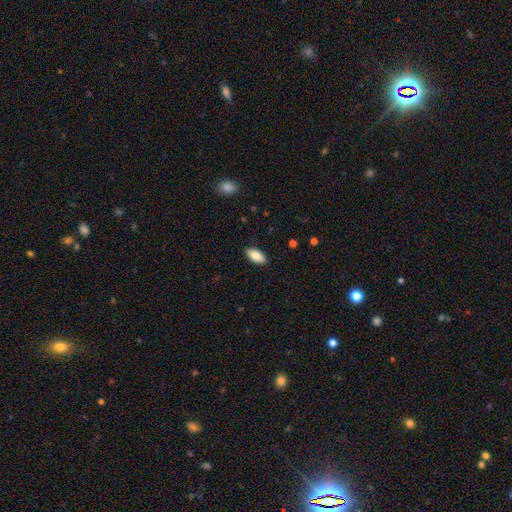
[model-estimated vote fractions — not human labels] Overall: smooth (83%). How rounded: in between (92%). Merging: none (89%).